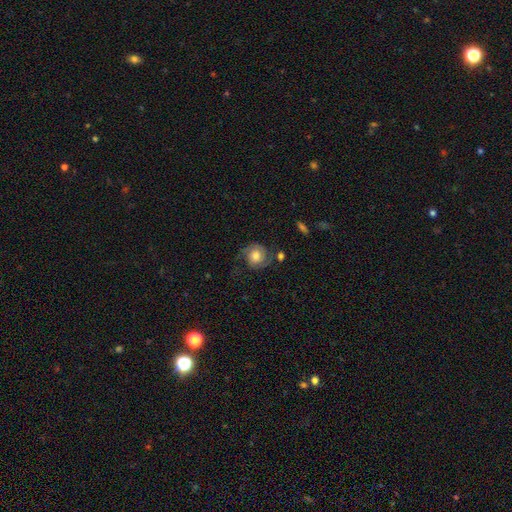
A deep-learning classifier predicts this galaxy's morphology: type=featured or disk (52%); edge-on=no (97%); bar=no (74%); spiral arms=yes (89%); bulge=moderate (46%); merging=none (60%).